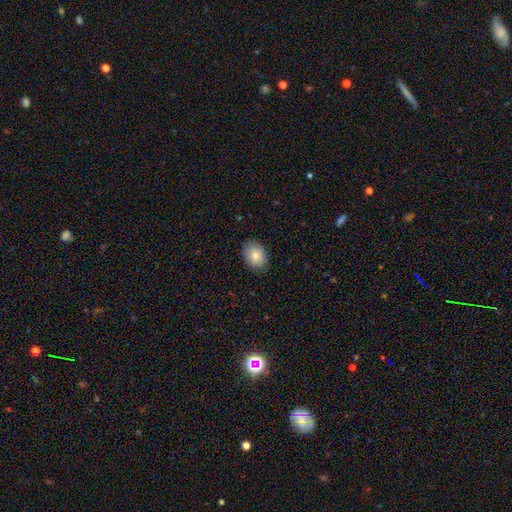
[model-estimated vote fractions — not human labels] A smooth galaxy with no disk features (82%) that is in between round and cigar-shaped (67%).

Vote fractions:
- Smooth or featured? smooth: 82% / featured or disk: 11% / star or artifact: 8%
- How rounded? in between: 67% / round: 32% / cigar-shaped: 1%
- Merging? none: 86% / minor disturbance: 11% / major disturbance: 2% / merger: 1%